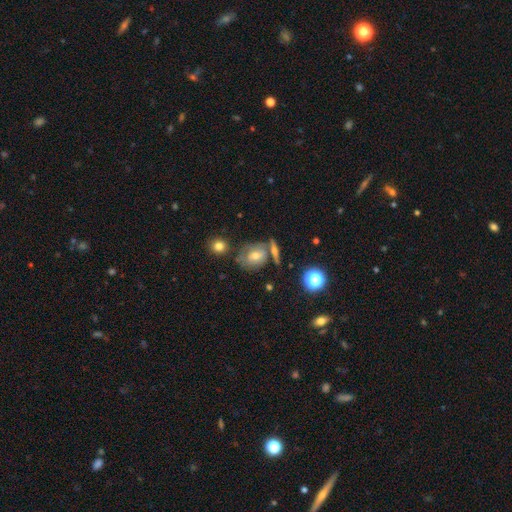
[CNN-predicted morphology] smooth-or-featured: smooth: 48% | featured or disk: 37% | star or artifact: 15%
  merging: none: 54% | merger: 21% | minor disturbance: 17% | major disturbance: 8%